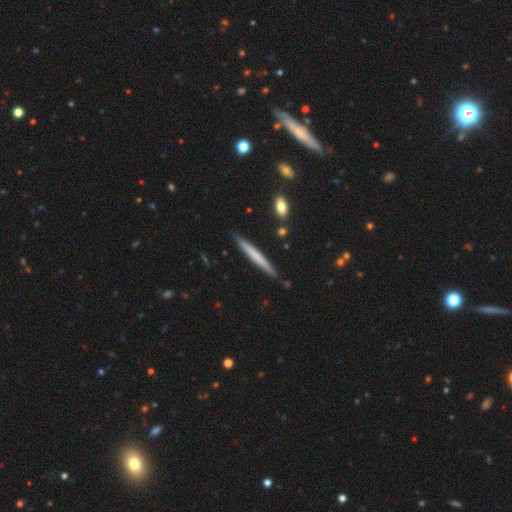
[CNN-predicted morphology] A smooth galaxy with no disk features (59%) that is cigar-shaped (97%). Merging: none (88%).